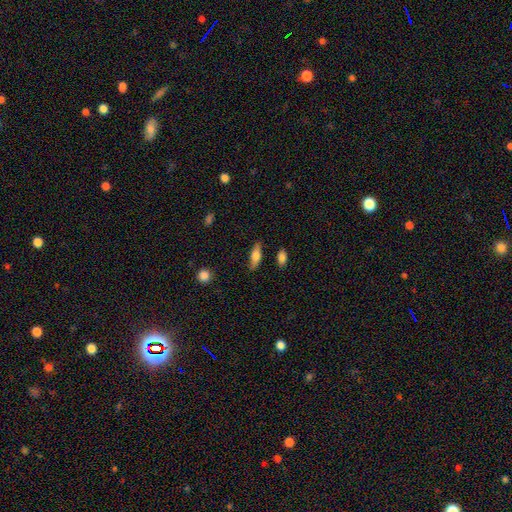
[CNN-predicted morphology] A smooth galaxy with no disk features (71%) that is in between round and cigar-shaped (60%).

Vote fractions:
- Smooth or featured? smooth: 71% / featured or disk: 22% / star or artifact: 7%
- How rounded? in between: 60% / cigar-shaped: 37% / round: 3%
- Merging? none: 81% / minor disturbance: 14% / major disturbance: 3% / merger: 3%